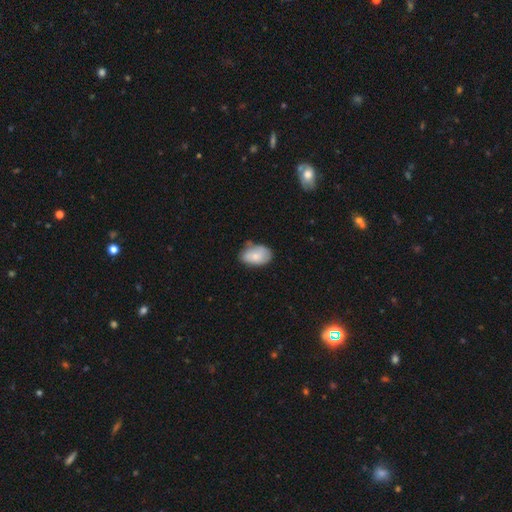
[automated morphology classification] smooth-or-featured: smooth: 77% | featured or disk: 16% | star or artifact: 7%
  how-rounded: in between: 89% | round: 10% | cigar-shaped: 1%
  merging: none: 63% | minor disturbance: 27% | major disturbance: 5% | merger: 4%